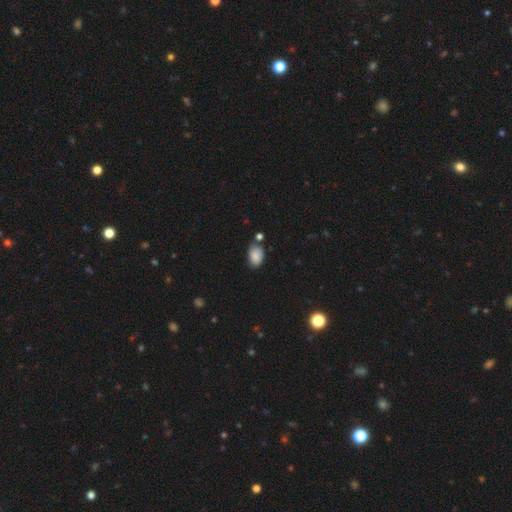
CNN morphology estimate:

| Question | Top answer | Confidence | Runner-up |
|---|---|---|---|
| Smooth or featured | smooth | 85% | star or artifact (8%) |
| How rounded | in between | 86% | round (13%) |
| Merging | none | 68% | minor disturbance (21%) |